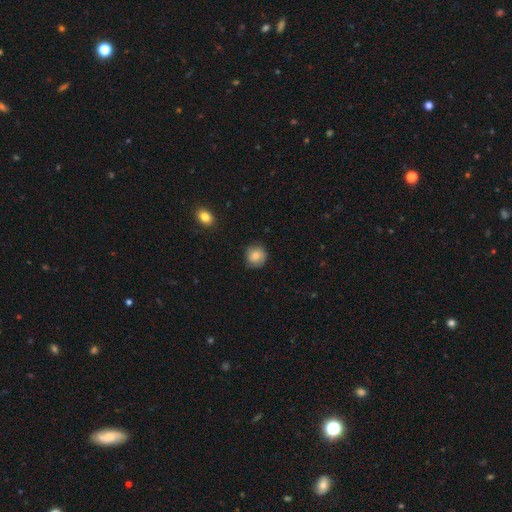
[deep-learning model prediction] Overall: smooth (78%). How rounded: round (90%). Merging: none (80%).